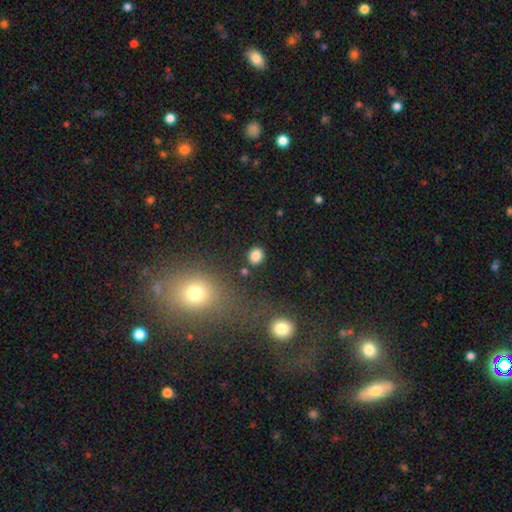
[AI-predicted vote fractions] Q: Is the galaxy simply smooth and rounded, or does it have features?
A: smooth — 83%.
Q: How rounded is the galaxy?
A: round — 70%.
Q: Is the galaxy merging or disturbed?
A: none — 85%.